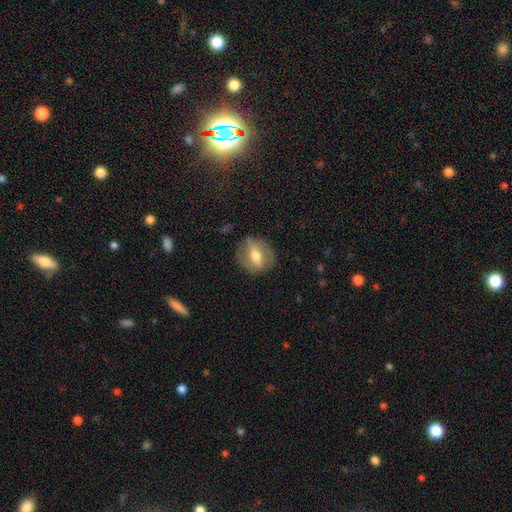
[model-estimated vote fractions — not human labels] A featured or disk galaxy (53%). Merging: none (81%).